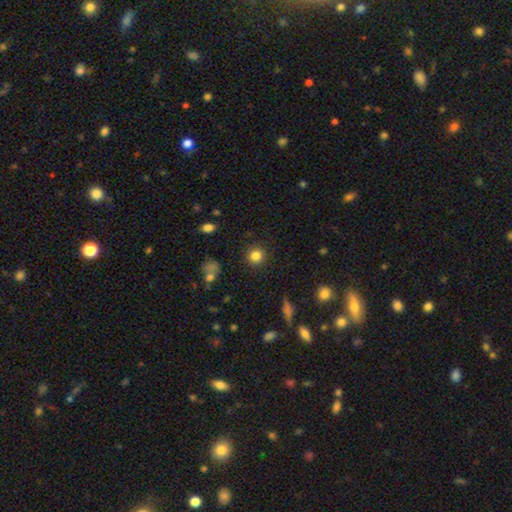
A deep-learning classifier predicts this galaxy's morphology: This is clearly a smooth galaxy (83%). How rounded: clearly round (91%). Merging: clearly none (89%).